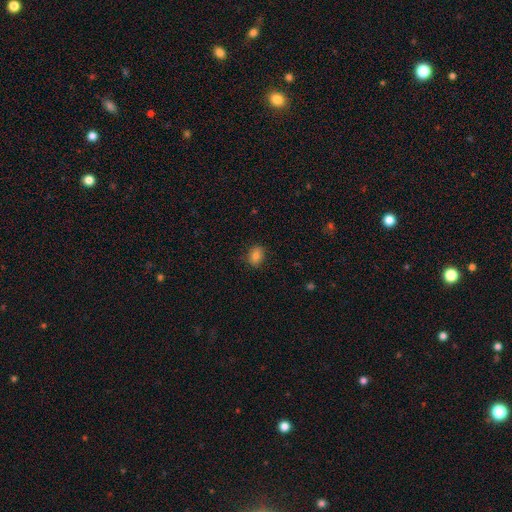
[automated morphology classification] smooth 81%, star or artifact 10%, featured or disk 9%. Down the decision tree: how rounded — in between (59%); merging — none (83%).